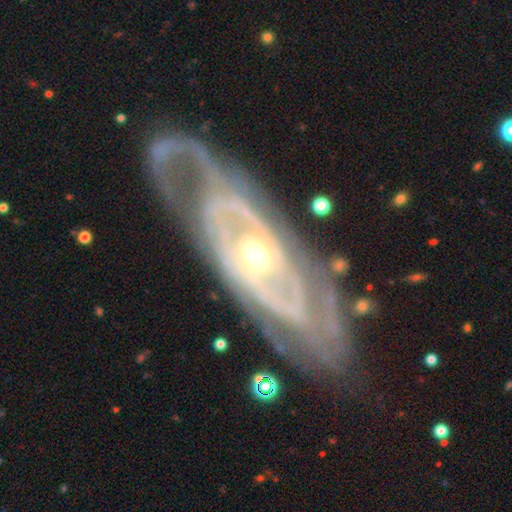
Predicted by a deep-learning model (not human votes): Smooth or featured?
  - featured or disk: 89% *
  - smooth: 6%
  - star or artifact: 5%
Edge-on disk?
  - no: 88% *
  - yes: 12%
Bar?
  - no: 62% *
  - weak: 24%
  - strong: 14%
Spiral arms?
  - yes: 90% *
  - no: 10%
Spiral winding?
  - tight: 66% *
  - medium: 26%
  - loose: 7%
Spiral arm count?
  - 2: 43% *
  - can't tell: 33%
  - 3: 10%
  - 4: 5%
  - 1: 5%
  - more than 4: 5%
Bulge size?
  - small: 58% *
  - moderate: 38%
  - large: 2%
  - none: 1%
  - dominant: 1%
Merging?
  - none: 72% *
  - minor disturbance: 17%
  - major disturbance: 9%
  - merger: 2%